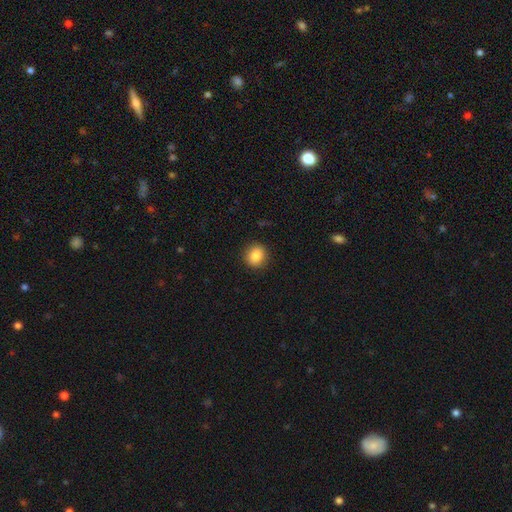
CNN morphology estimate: Smooth or featured? Predicted: smooth (p=0.86). How rounded? Predicted: round (p=0.86). Merging? Predicted: none (p=0.90).